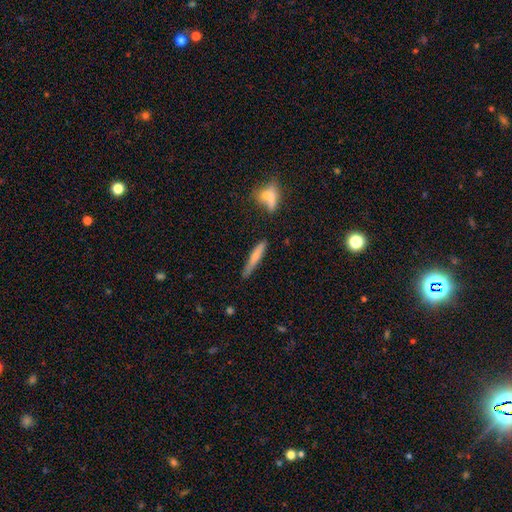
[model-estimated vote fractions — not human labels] This appears to be a smooth galaxy with no disk features (68%) that is cigar-shaped (92%). Merging: none (70%).